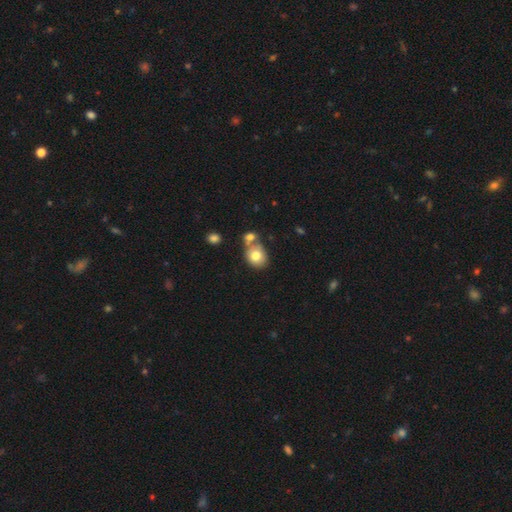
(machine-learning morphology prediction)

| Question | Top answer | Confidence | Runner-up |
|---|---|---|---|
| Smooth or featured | smooth | 77% | featured or disk (14%) |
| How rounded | round | 51% | in between (48%) |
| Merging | none | 44% | merger (38%) |